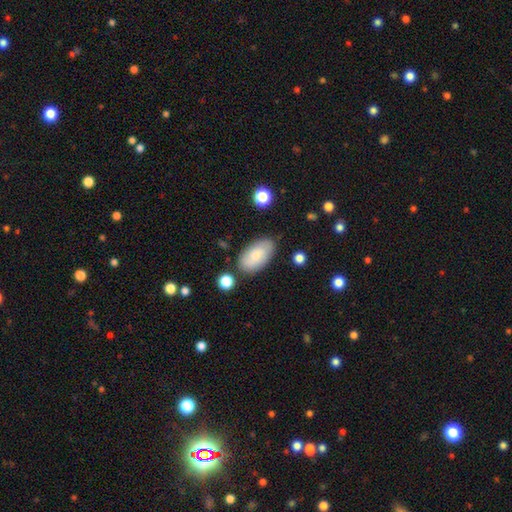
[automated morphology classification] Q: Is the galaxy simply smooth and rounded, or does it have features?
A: smooth — 69%.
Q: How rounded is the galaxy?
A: in between — 94%.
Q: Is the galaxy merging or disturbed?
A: none — 78%.